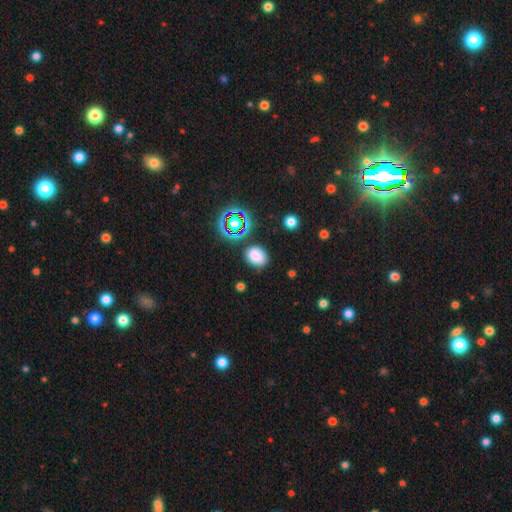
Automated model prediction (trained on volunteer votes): A smooth galaxy with no disk features (75%) that is in between round and cigar-shaped (57%). Merging: none (80%).